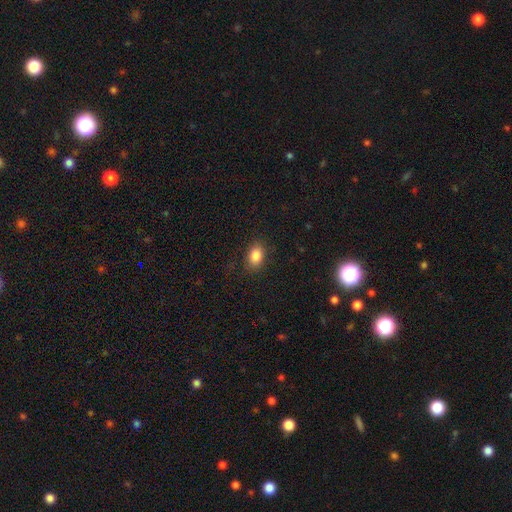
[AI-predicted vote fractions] This is clearly a smooth galaxy (86%). How rounded: clearly in between (80%). Merging: clearly none (85%).